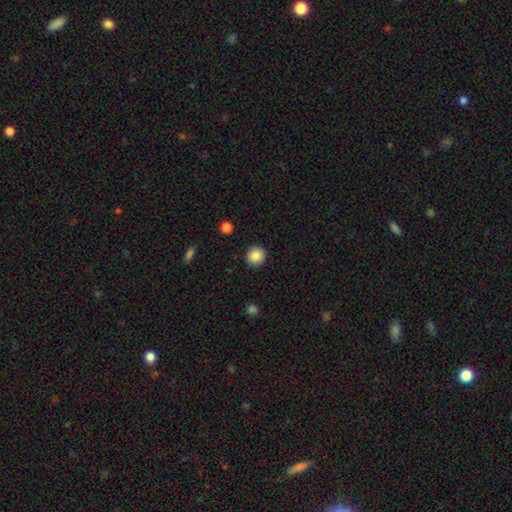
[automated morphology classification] smooth_or_featured: smooth (p=0.88) [alt: star or artifact p=0.09]
how_rounded: round (p=0.90) [alt: in between p=0.09]
merging: none (p=0.91) [alt: minor disturbance p=0.06]